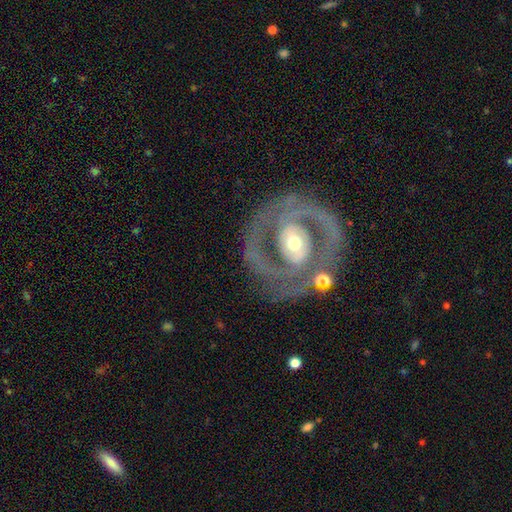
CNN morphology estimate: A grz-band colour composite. It shows a featured or disk galaxy (84%) with no bar (50%), 2 (70%) tight (53%) spiral arms (78%) and a moderate central bulge (50%). Merging: none (71%).